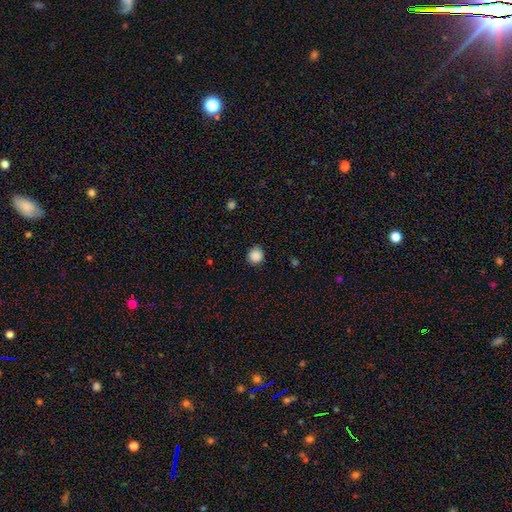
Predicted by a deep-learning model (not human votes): smooth_or_featured: smooth (p=0.88) [alt: star or artifact p=0.10]
how_rounded: round (p=0.89) [alt: in between p=0.10]
merging: none (p=0.88) [alt: minor disturbance p=0.09]